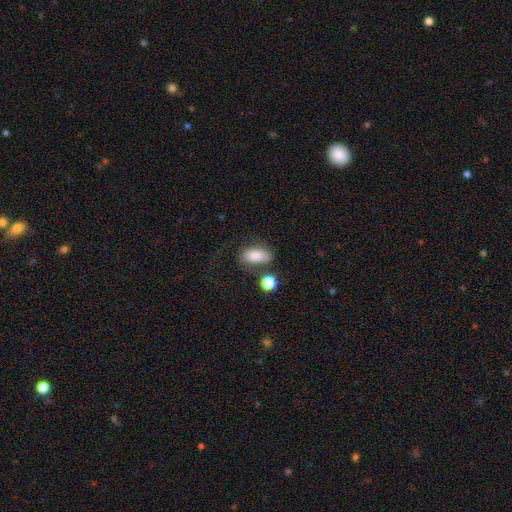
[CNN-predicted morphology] A smooth galaxy with no disk features (82%) that is in between round and cigar-shaped (88%).

Vote fractions:
- Smooth or featured? smooth: 82% / featured or disk: 9% / star or artifact: 9%
- How rounded? in between: 88% / round: 7% / cigar-shaped: 4%
- Merging? none: 58% / minor disturbance: 21% / merger: 11% / major disturbance: 9%